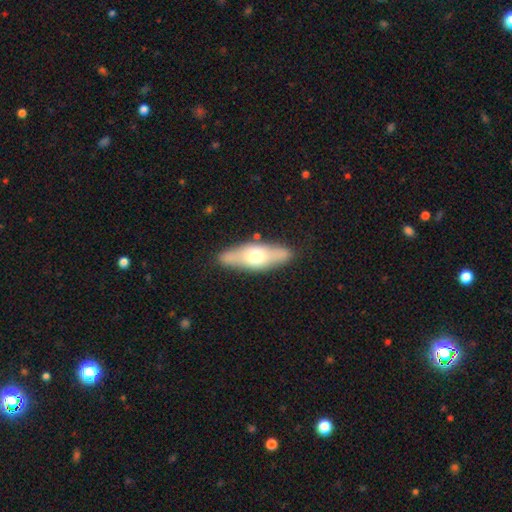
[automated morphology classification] type=smooth (50%); roundness=in between (51%); merging=none (84%).